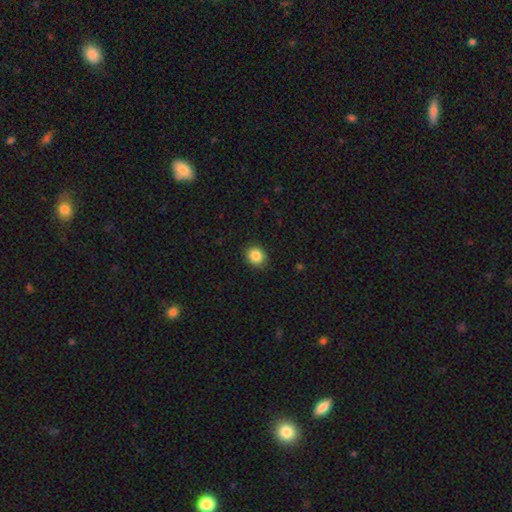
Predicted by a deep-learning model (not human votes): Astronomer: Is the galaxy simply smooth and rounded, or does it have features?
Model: smooth — 86%.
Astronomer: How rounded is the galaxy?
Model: round — 74%.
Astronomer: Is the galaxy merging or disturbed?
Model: none — 87%.